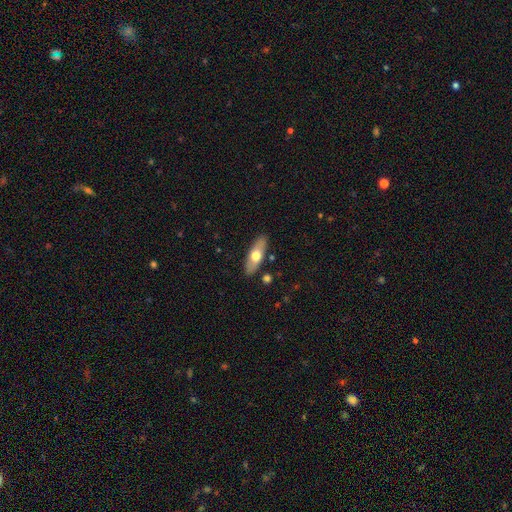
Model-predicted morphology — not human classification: Q: Smooth or featured?
A: smooth (58%); runner-up: featured or disk (36%)
Q: How rounded?
A: in between (62%); runner-up: cigar-shaped (35%)
Q: Merging?
A: none (86%); runner-up: minor disturbance (9%)